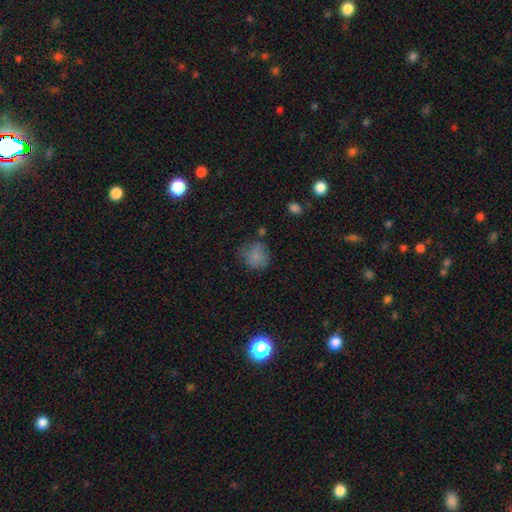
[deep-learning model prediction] Smooth or featured? Predicted: smooth (p=0.80). How rounded? Predicted: round (p=0.82). Merging? Predicted: none (p=0.62).